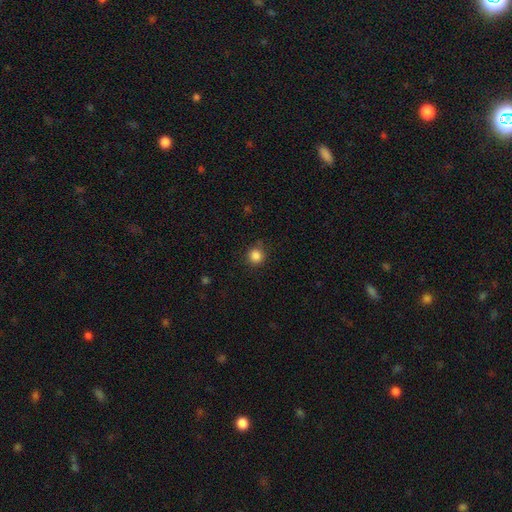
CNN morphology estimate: Q: Smooth or featured?
A: smooth (85%); runner-up: star or artifact (12%)
Q: How rounded?
A: round (94%); runner-up: in between (5%)
Q: Merging?
A: none (86%); runner-up: minor disturbance (10%)